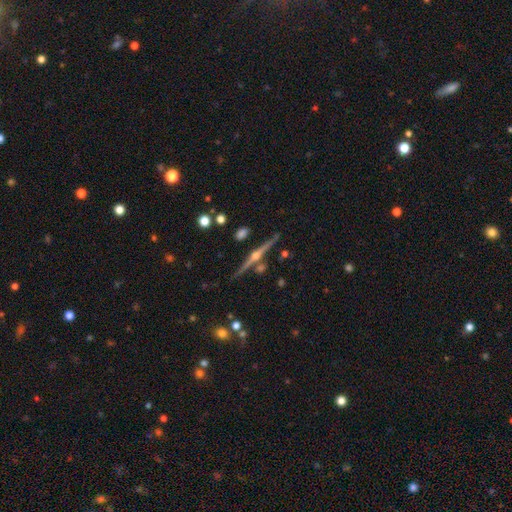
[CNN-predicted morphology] Smooth or featured? featured or disk (84%)
Edge-on disk? yes (98%)
Edge-on bulge? rounded (94%)
Merging? none (82%)